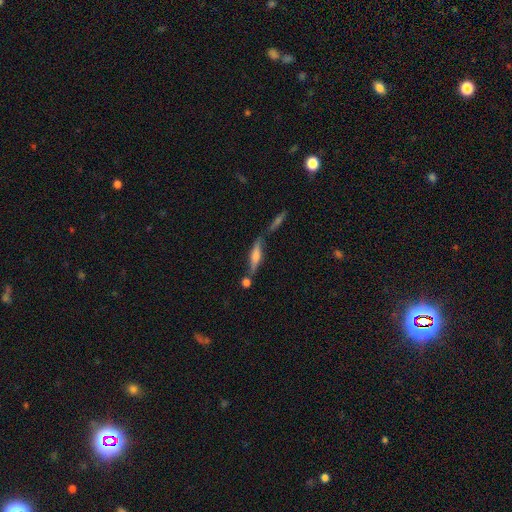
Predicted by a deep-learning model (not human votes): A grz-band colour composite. It shows a featured or disk galaxy (50%) viewed edge-on (91%). Merging: none (60%).